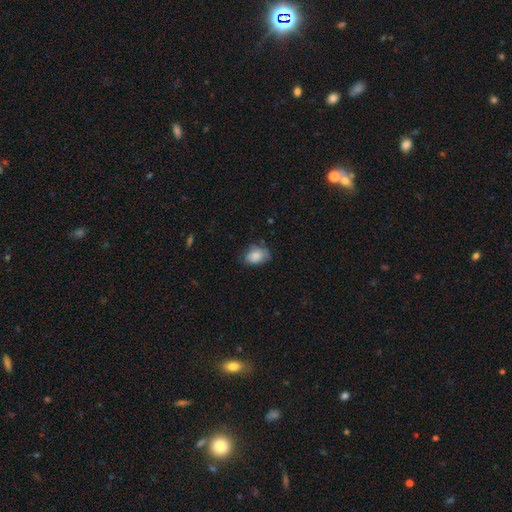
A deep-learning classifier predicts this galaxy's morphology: Smooth or featured? Predicted: smooth (p=0.84). How rounded? Predicted: in between (p=0.80). Merging? Predicted: none (p=0.60).